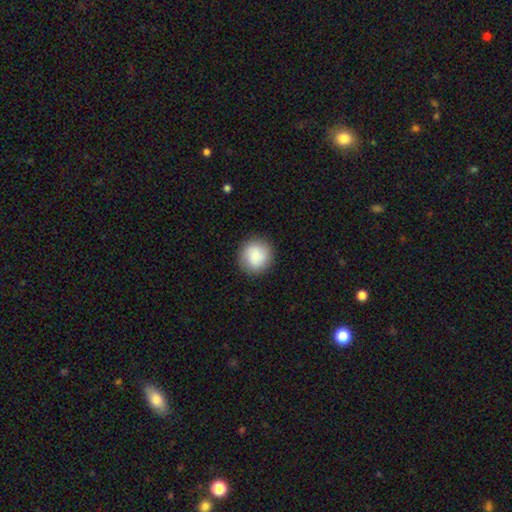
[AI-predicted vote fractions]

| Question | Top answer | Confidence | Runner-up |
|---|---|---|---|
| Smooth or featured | smooth | 85% | featured or disk (8%) |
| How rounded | round | 92% | in between (7%) |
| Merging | none | 89% | minor disturbance (8%) |